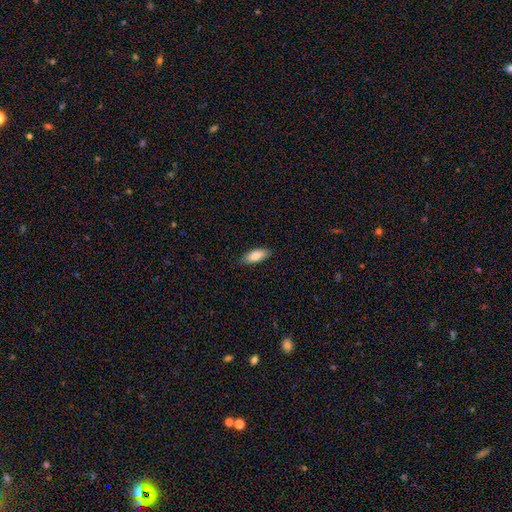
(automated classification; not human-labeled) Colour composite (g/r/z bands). It shows a smooth galaxy with no disk features (83%) that is in between round and cigar-shaped (79%). Merging: none (85%).